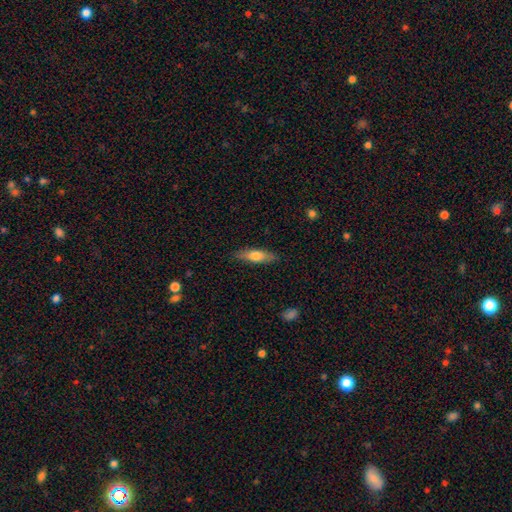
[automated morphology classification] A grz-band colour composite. It shows a smooth galaxy with no disk features (65%) that is cigar-shaped (53%). Merging: none (87%).